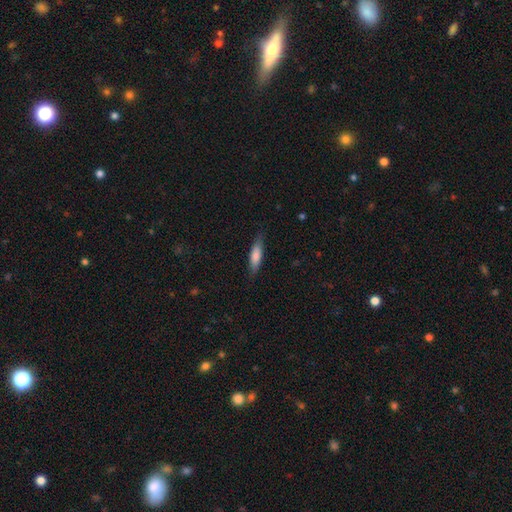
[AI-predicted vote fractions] Overall: smooth (74%). How rounded: cigar-shaped (68%; in between 31%). Merging: none (83%).